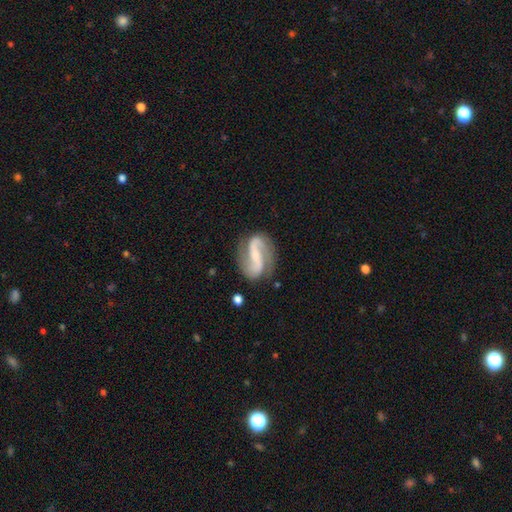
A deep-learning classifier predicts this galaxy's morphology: featured or disk 87%, smooth 8%, star or artifact 5%. Down the decision tree: edge-on disk — no (97%); bar — strong (46%); spiral arms — yes (96%); spiral arm count — 2 (92%); spiral winding — loose (42%, tied with medium); bulge size — small (48%); merging — none (76%).